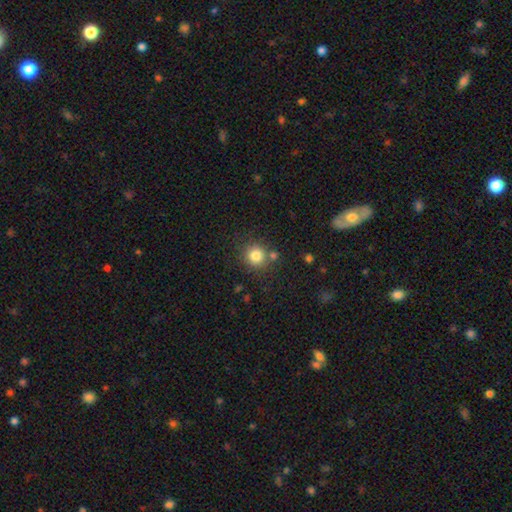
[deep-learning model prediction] Smooth or featured: smooth — 82% (star or artifact — 11%)
How rounded: round — 91% (in between — 8%)
Merging: none — 76% (merger — 11%)